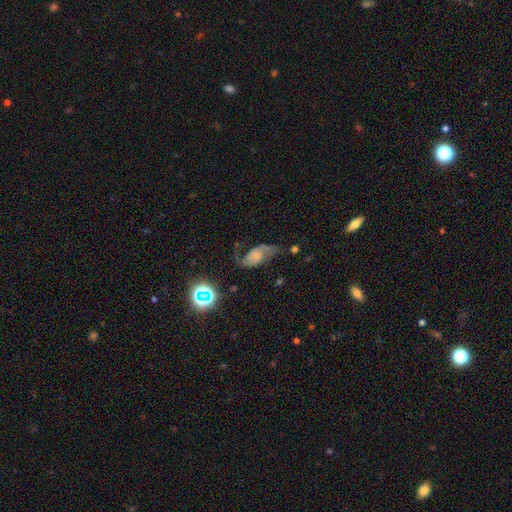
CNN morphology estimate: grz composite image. It shows a featured or disk galaxy (73%) with no bar (64%), 2 (87%) loose (68%) spiral arms (93%) and a small central bulge (40%). Merging: none (54%).